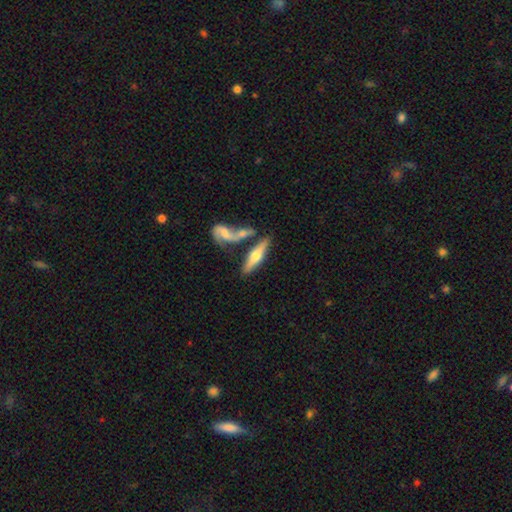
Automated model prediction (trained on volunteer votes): Smooth or featured? featured or disk (60%)
Edge-on disk? yes (87%)
Edge-on bulge? rounded (92%)
Merging? none (55%)